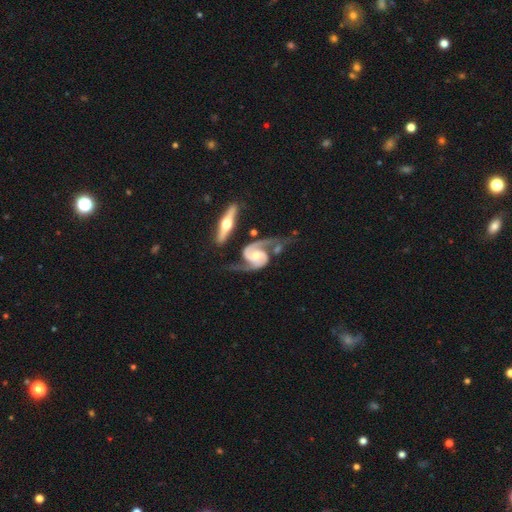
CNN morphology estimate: Smooth or featured?
  - featured or disk: 93% *
  - star or artifact: 4%
  - smooth: 3%
Edge-on disk?
  - no: 97% *
  - yes: 3%
Bar?
  - no: 49% *
  - weak: 34%
  - strong: 17%
Spiral arms?
  - yes: 98% *
  - no: 2%
Spiral winding?
  - medium: 54% *
  - loose: 24%
  - tight: 22%
Spiral arm count?
  - 2: 93% *
  - can't tell: 2%
  - 1: 2%
  - 3: 2%
  - 4: 1%
  - more than 4: 1%
Bulge size?
  - moderate: 52% *
  - small: 40%
  - large: 4%
  - none: 2%
  - dominant: 1%
Merging?
  - none: 50% *
  - minor disturbance: 20%
  - major disturbance: 16%
  - merger: 14%